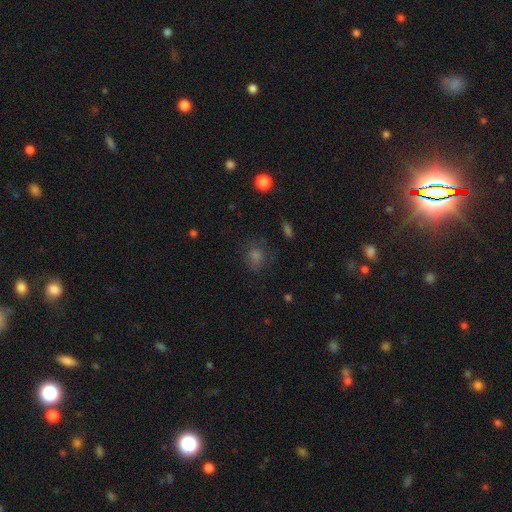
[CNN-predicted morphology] Smooth or featured?
  - smooth: 59% *
  - star or artifact: 29%
  - featured or disk: 12%
How rounded?
  - round: 75% *
  - in between: 24%
  - cigar-shaped: 1%
Merging?
  - none: 74% *
  - minor disturbance: 16%
  - major disturbance: 8%
  - merger: 2%